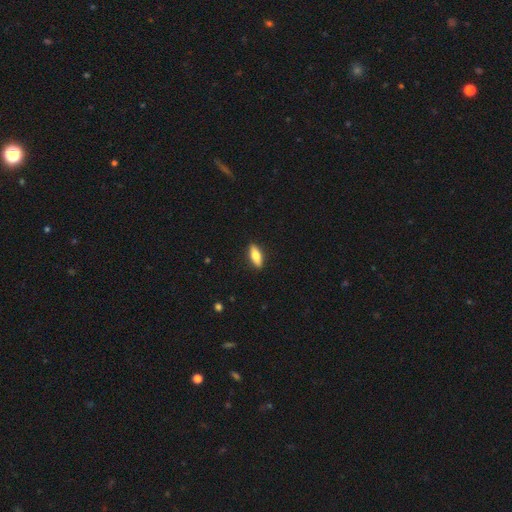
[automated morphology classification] smooth 68%, featured or disk 26%, star or artifact 6%. Down the decision tree: how rounded — in between (64%); merging — none (90%).